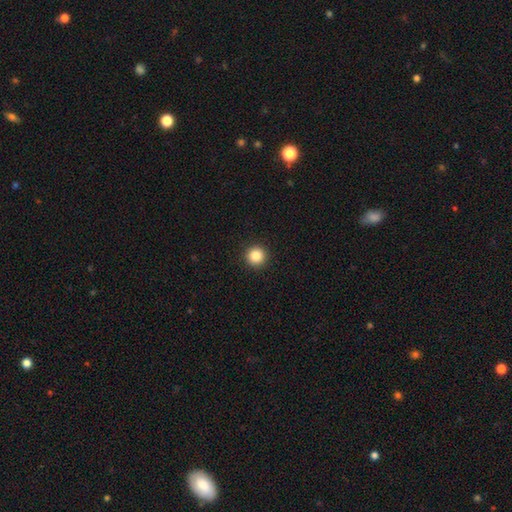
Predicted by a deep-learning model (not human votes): A smooth galaxy with no disk features (85%) that is round (96%).

Vote fractions:
- Smooth or featured? smooth: 85% / star or artifact: 10% / featured or disk: 4%
- How rounded? round: 96% / in between: 3% / cigar-shaped: 1%
- Merging? none: 93% / minor disturbance: 4% / major disturbance: 2% / merger: 1%